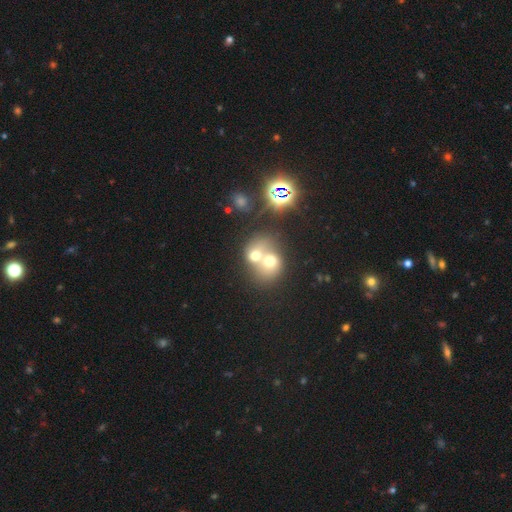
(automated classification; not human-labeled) A smooth galaxy with no disk features (59%) that is round (64%). Merging: merger (73%).